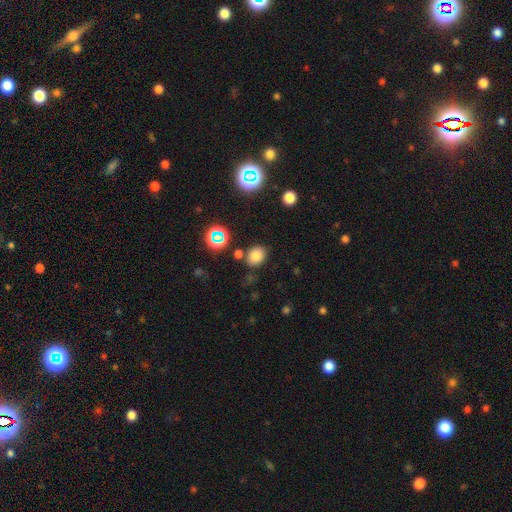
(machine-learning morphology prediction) smooth 76%, star or artifact 17%, featured or disk 7%. Down the decision tree: how rounded — in between (51%); merging — none (77%).